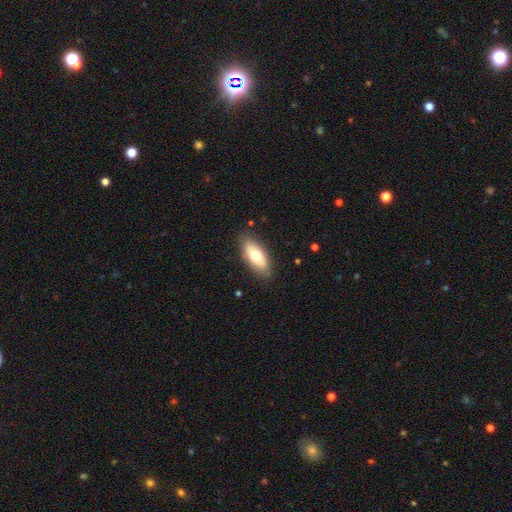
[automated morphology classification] This is likely a smooth galaxy (72%). How rounded: clearly in between (84%). Merging: clearly none (85%).